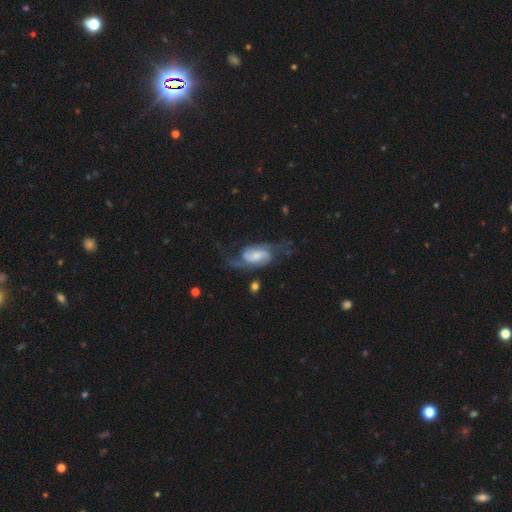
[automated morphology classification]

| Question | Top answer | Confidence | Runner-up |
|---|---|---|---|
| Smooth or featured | featured or disk | 76% | smooth (18%) |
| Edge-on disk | no | 96% | yes (4%) |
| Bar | no | 44% | weak (42%) |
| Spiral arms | yes | 93% | no (7%) |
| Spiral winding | loose | 47% | medium (40%) |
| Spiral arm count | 2 | 85% | can't tell (6%) |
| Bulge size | small | 39% | moderate (33%) |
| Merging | none | 50% | major disturbance (26%) |